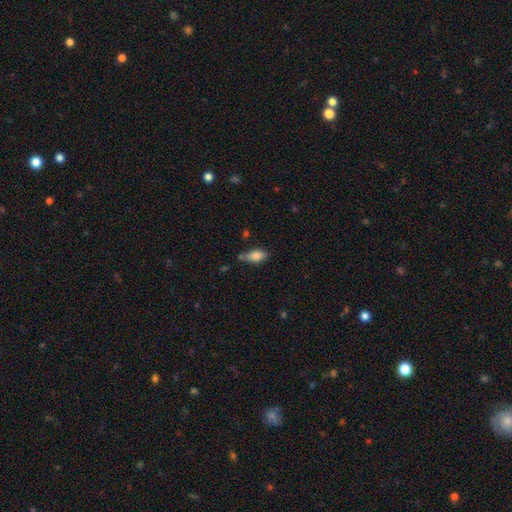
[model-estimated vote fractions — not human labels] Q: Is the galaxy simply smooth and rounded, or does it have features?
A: smooth — 82%.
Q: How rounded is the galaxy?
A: in between — 87%.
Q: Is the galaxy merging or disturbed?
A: none — 55%.